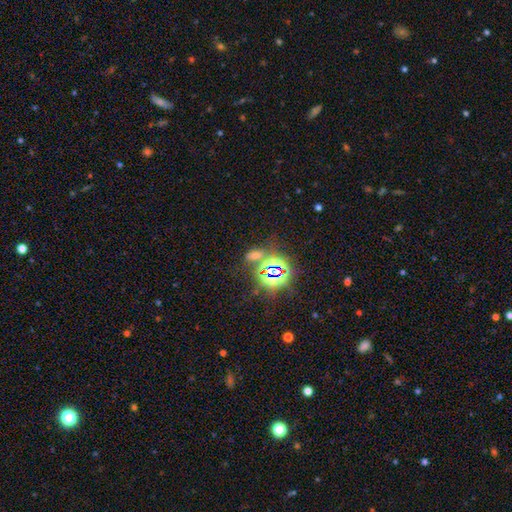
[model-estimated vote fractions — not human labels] The model was most divided on "smooth or featured": star or artifact: 68%, smooth: 23%, featured or disk: 10%.